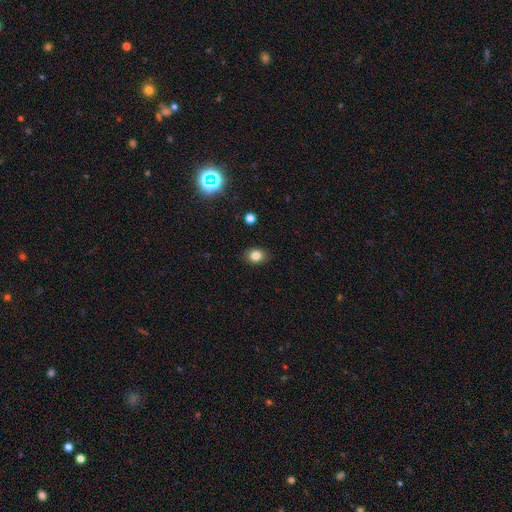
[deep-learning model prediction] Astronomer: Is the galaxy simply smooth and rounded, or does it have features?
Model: smooth — 81%.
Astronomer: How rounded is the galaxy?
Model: in between — 54% (runner-up: round, 45%).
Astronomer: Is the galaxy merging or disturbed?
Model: none — 88%.